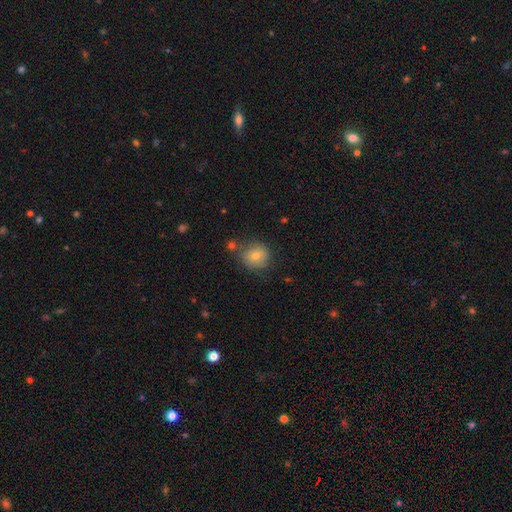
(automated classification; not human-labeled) This is likely a smooth galaxy (74%). How rounded: clearly round (85%). Merging: likely none (71%).